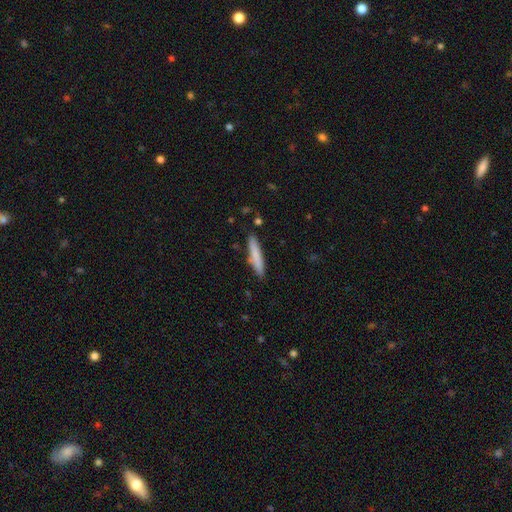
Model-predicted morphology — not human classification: Smooth or featured?
  - smooth: 78% *
  - featured or disk: 16%
  - star or artifact: 6%
How rounded?
  - cigar-shaped: 91% *
  - in between: 8%
  - round: 1%
Merging?
  - none: 86% *
  - minor disturbance: 10%
  - merger: 2%
  - major disturbance: 2%